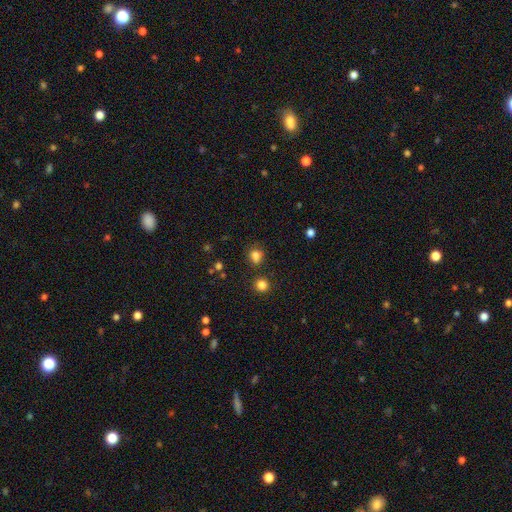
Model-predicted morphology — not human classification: The model was most divided on "how rounded": round: 72%, in between: 27%, cigar-shaped: 1%. More confident: smooth or featured — smooth (79%); merging — none (72%).